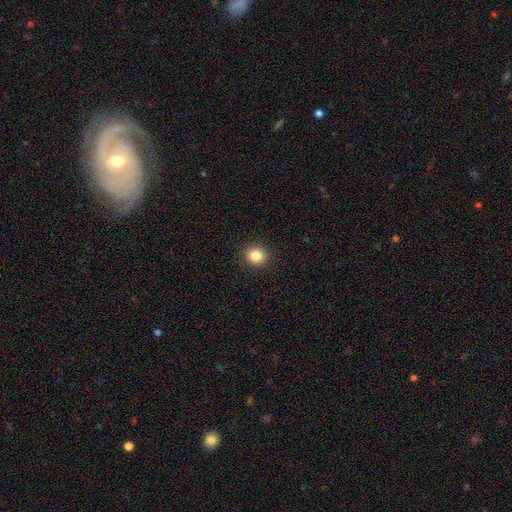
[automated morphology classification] Smooth or featured? Predicted: smooth (p=0.85). How rounded? Predicted: round (p=0.88). Merging? Predicted: none (p=0.92).